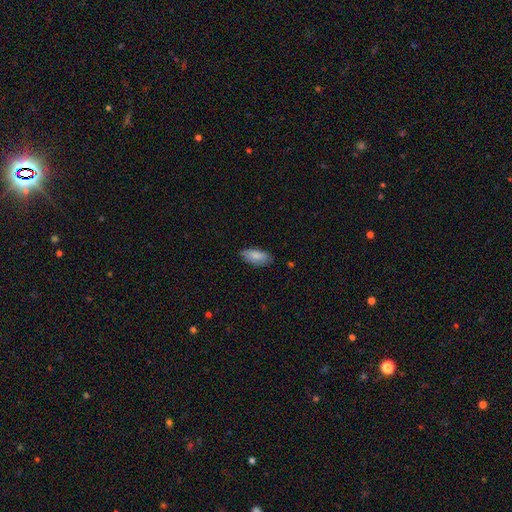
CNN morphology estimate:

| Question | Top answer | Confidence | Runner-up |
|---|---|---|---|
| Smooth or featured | smooth | 85% | featured or disk (9%) |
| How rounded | in between | 87% | cigar-shaped (11%) |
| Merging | none | 79% | minor disturbance (17%) |